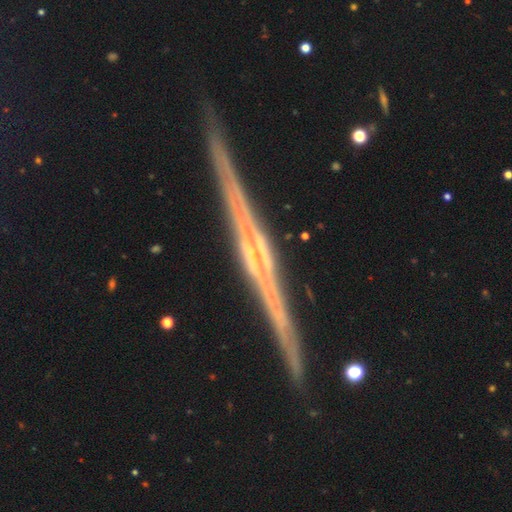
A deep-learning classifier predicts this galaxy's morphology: Smooth or featured? Predicted: featured or disk (p=0.81). Edge-on disk? Predicted: yes (p=0.97). Edge-on bulge? Predicted: rounded (p=0.41). Merging? Predicted: none (p=0.90).